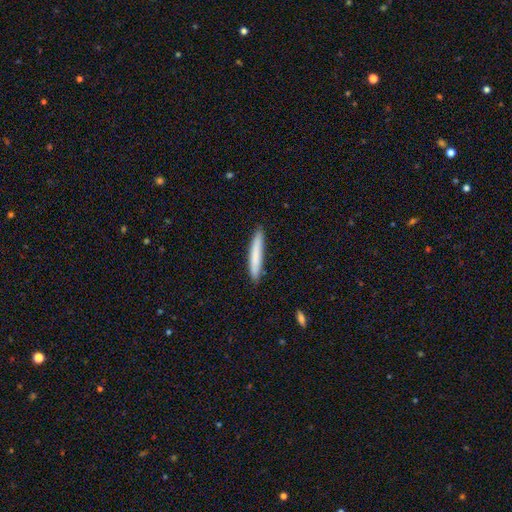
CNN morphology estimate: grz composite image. It shows a smooth galaxy with no disk features (79%) that is cigar-shaped (94%). Merging: none (88%).